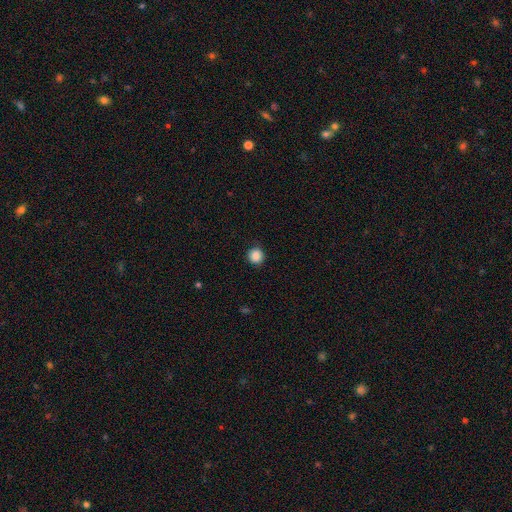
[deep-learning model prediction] Q: Smooth or featured?
A: smooth (88%); runner-up: star or artifact (10%)
Q: How rounded?
A: round (92%); runner-up: in between (7%)
Q: Merging?
A: none (89%); runner-up: minor disturbance (8%)